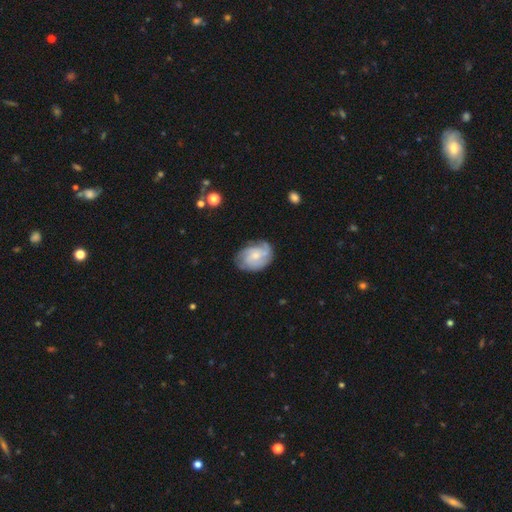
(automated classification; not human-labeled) A featured or disk galaxy (68%) with no bar (67%), 3 (32%) tight (42%) spiral arms (91%) and a small central bulge (56%). Merging: none (66%).